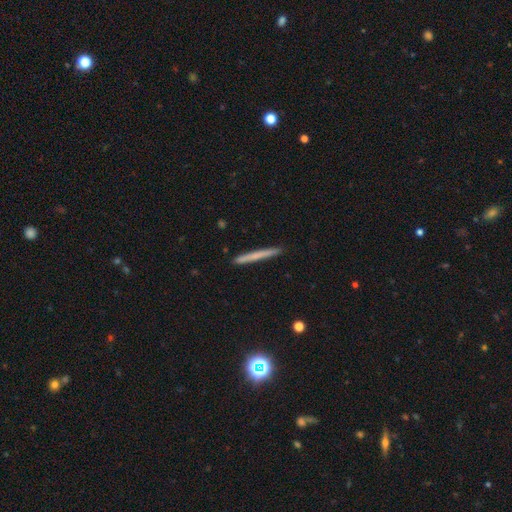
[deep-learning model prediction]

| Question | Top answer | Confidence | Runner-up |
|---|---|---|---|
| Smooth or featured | smooth | 62% | featured or disk (31%) |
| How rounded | cigar-shaped | 97% | in between (2%) |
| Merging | none | 91% | minor disturbance (6%) |